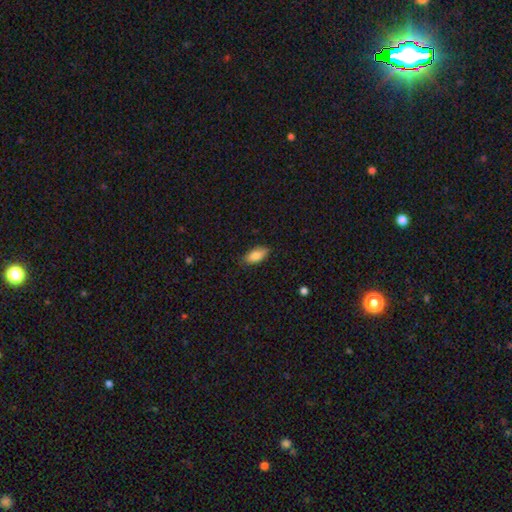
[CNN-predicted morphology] This is clearly a smooth galaxy (84%). How rounded: clearly in between (87%). Merging: clearly none (84%).